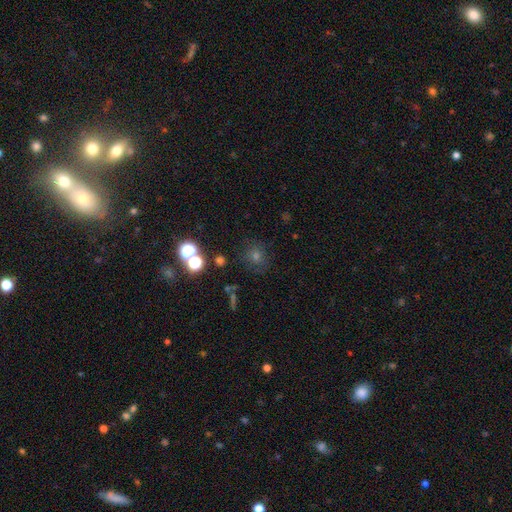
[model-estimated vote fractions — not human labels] A smooth galaxy with no disk features (50%) that is round (88%).

Vote fractions:
- Smooth or featured? smooth: 50% / star or artifact: 36% / featured or disk: 14%
- How rounded? round: 88% / in between: 11% / cigar-shaped: 1%
- Merging? none: 79% / minor disturbance: 11% / merger: 5% / major disturbance: 5%